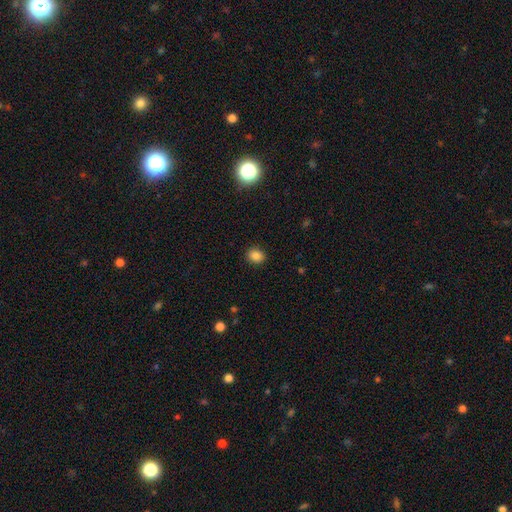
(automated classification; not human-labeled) This appears to be a smooth galaxy with no disk features (85%) that is round (60%). Merging: none (90%).